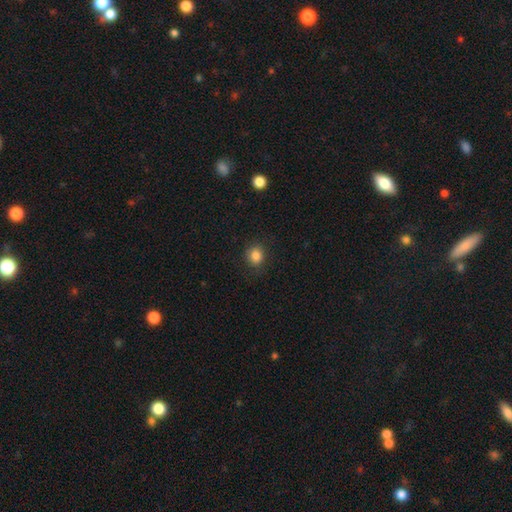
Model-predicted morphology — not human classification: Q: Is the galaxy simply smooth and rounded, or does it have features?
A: smooth — 85%.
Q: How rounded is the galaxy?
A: round — 76%.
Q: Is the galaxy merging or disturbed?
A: none — 87%.